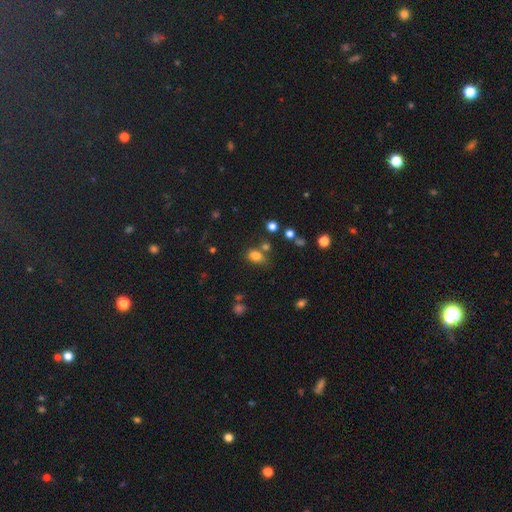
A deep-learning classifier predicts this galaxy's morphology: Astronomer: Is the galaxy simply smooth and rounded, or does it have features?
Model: smooth — 78%.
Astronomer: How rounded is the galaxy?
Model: in between — 77%.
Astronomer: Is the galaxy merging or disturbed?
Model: none — 61%.